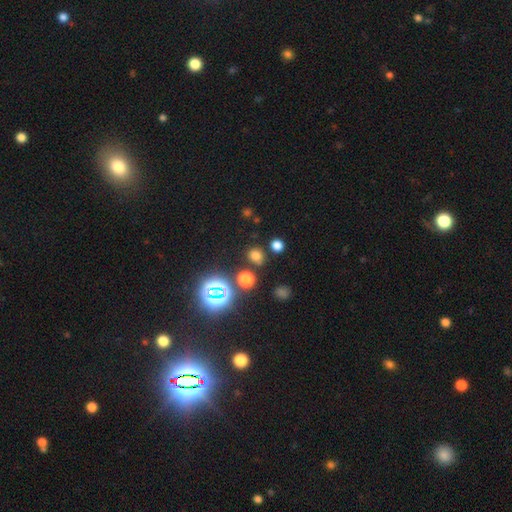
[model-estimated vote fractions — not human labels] Smooth or featured? smooth (66%)
How rounded? round (74%)
Merging? none (80%)